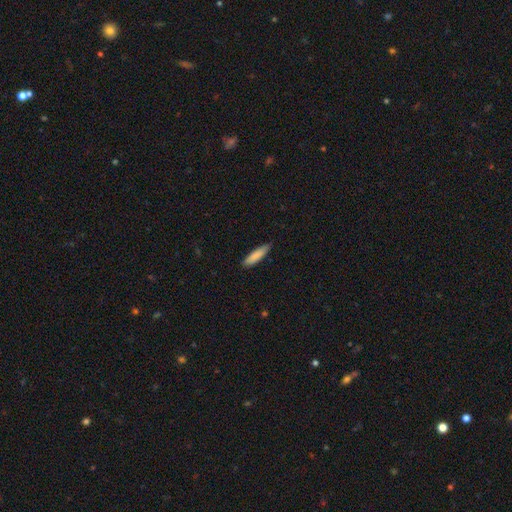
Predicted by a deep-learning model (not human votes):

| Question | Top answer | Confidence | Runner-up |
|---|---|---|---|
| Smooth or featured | smooth | 86% | featured or disk (9%) |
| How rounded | cigar-shaped | 77% | in between (22%) |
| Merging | none | 82% | minor disturbance (15%) |